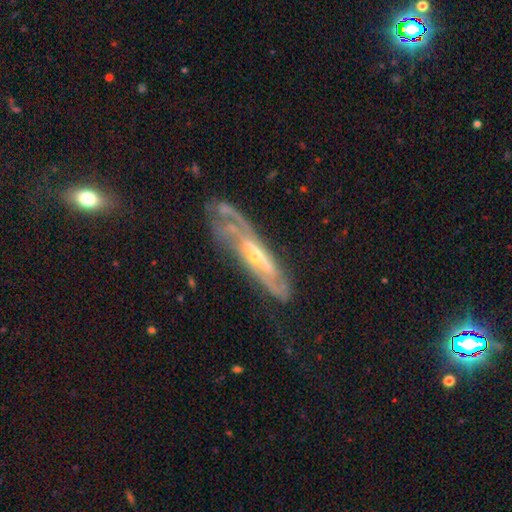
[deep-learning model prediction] This is clearly a featured or disk galaxy (85%). It is likely not viewed edge-on (70%). Bar: marginally weak (37%). Spiral arm pattern: clearly yes (92%). Spiral arm count: marginally 2 (45%). Spiral winding: possibly tight (48%). Central bulge: possibly small (55%). Merging: likely none (66%).